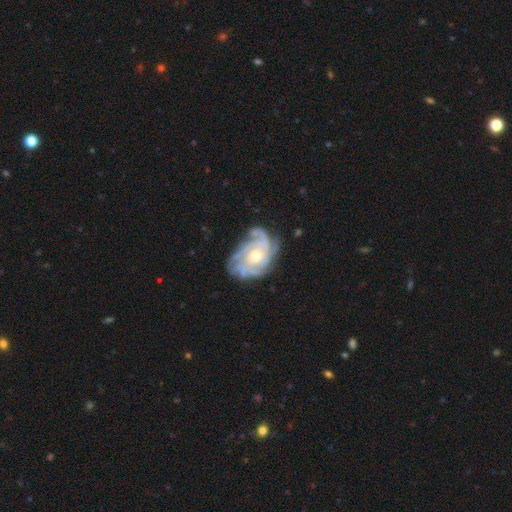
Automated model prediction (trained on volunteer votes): Smooth or featured? Predicted: featured or disk (p=0.87). Edge-on disk? Predicted: no (p=0.97). Bar? Predicted: no (p=0.75). Spiral arms? Predicted: yes (p=0.95). Spiral winding? Predicted: tight (p=0.65). Spiral arm count? Predicted: can't tell (p=0.29). Bulge size? Predicted: moderate (p=0.62). Merging? Predicted: none (p=0.66).